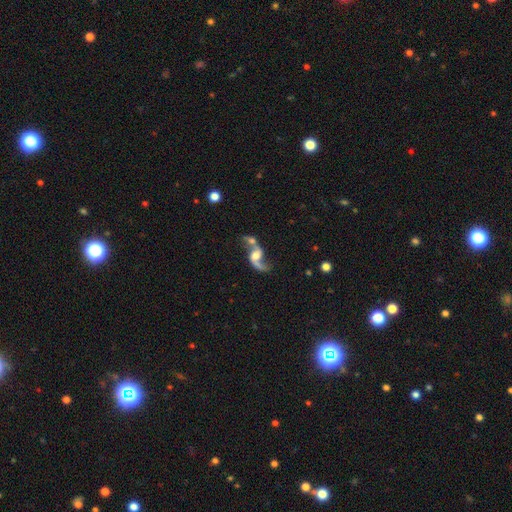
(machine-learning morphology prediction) featured or disk 79%, smooth 13%, star or artifact 8%. Down the decision tree: edge-on disk — no (95%); bar — no (52%); spiral arms — yes (90%); spiral arm count — 2 (83%); spiral winding — loose (87%); bulge size — moderate (47%); merging — merger (48%).